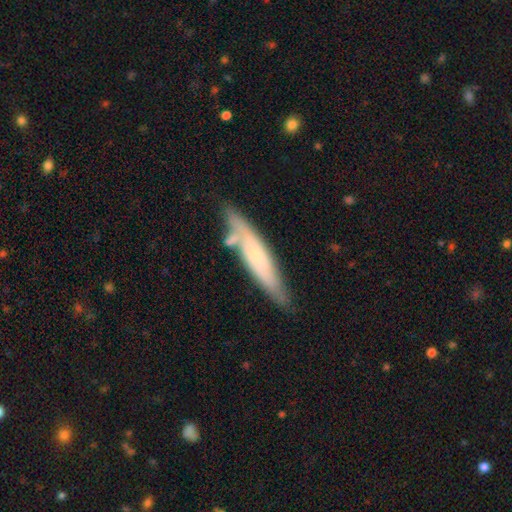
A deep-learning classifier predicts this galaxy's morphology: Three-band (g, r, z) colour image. It shows a featured or disk galaxy (52%) viewed edge-on (61%). Merging: none (68%).